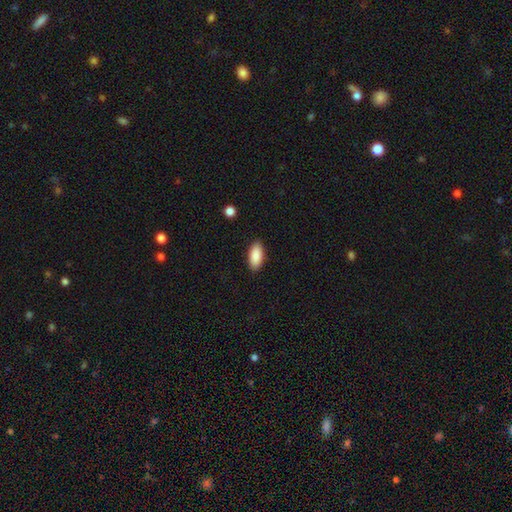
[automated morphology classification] smooth-or-featured: smooth: 90% | star or artifact: 6% | featured or disk: 4%
  how-rounded: in between: 88% | cigar-shaped: 10% | round: 2%
  merging: none: 88% | minor disturbance: 9% | major disturbance: 2% | merger: 1%